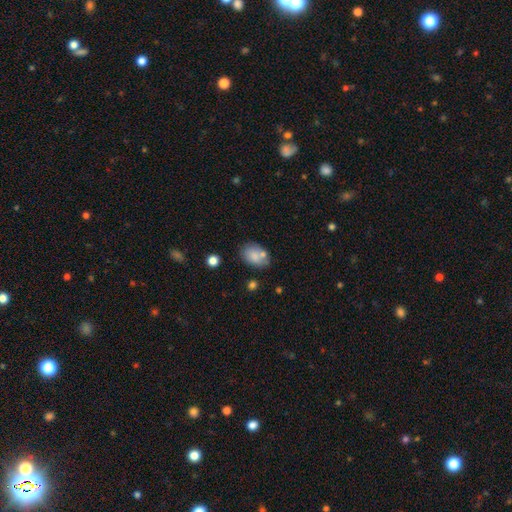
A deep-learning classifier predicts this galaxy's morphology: Smooth or featured? Predicted: smooth (p=0.77). How rounded? Predicted: in between (p=0.80). Merging? Predicted: none (p=0.58).